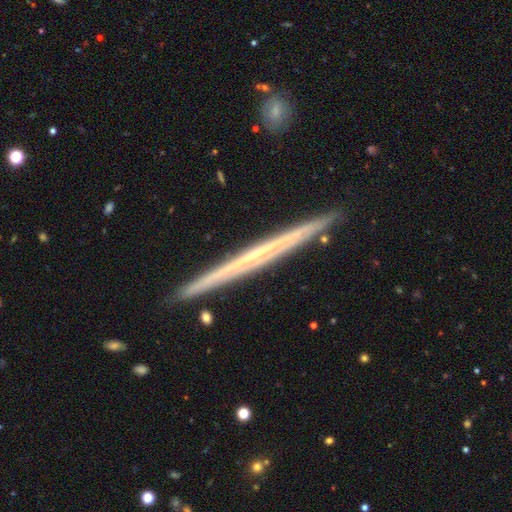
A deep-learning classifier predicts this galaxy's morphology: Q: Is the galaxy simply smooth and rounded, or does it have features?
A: featured or disk — 70%.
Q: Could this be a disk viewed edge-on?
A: yes — 98%.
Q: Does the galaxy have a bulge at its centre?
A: none — 82%.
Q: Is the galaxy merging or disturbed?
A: none — 91%.